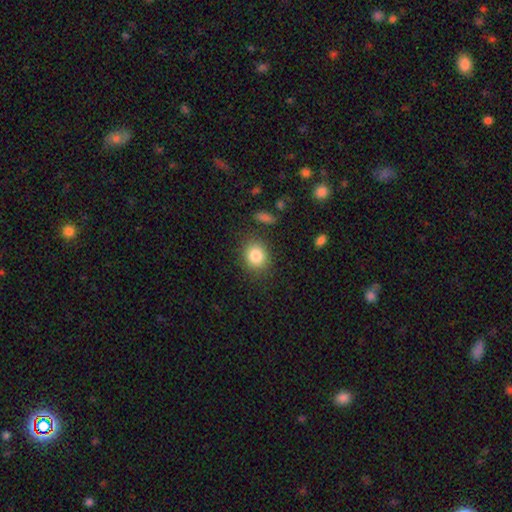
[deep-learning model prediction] Overall: smooth (84%). How rounded: round (71%). Merging: none (83%).